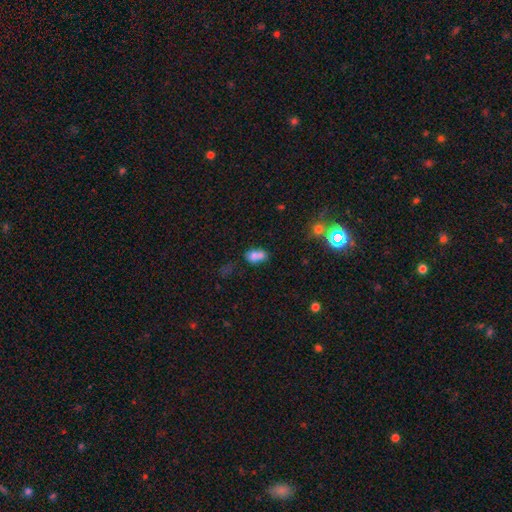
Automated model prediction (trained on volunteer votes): Smooth or featured? smooth (71%)
How rounded? in between (76%)
Merging? merger (49%)